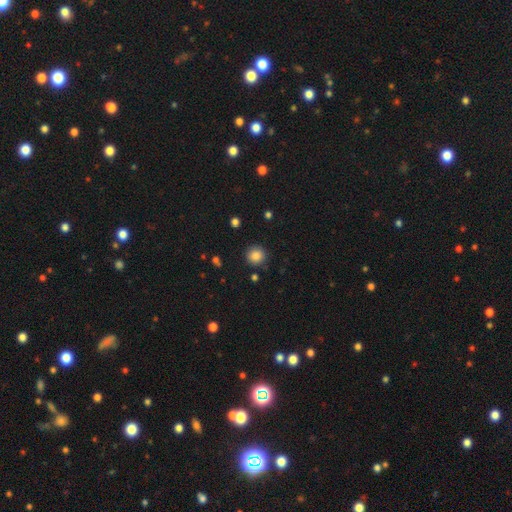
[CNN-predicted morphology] Smooth or featured? Predicted: smooth (p=0.85). How rounded? Predicted: round (p=0.93). Merging? Predicted: none (p=0.89).